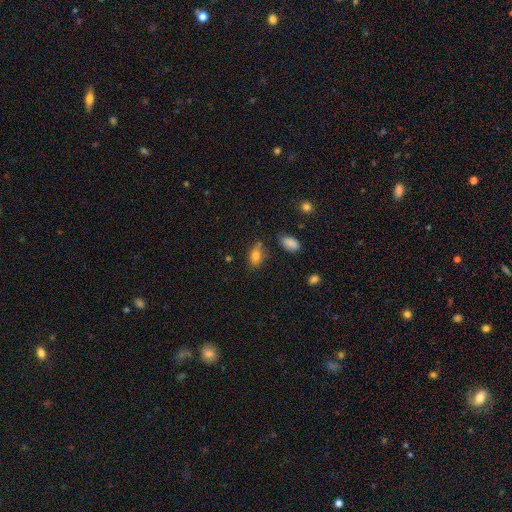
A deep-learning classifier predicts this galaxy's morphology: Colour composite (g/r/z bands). It shows a smooth galaxy with no disk features (80%) that is in between round and cigar-shaped (86%). Merging: none (69%).